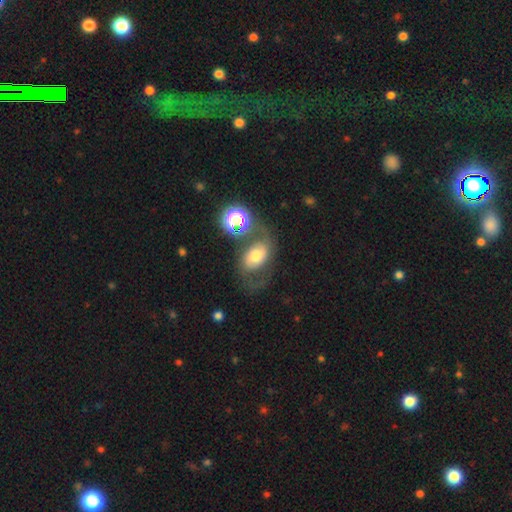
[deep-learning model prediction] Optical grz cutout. It shows a featured or disk galaxy (47%). Merging: none (49%).